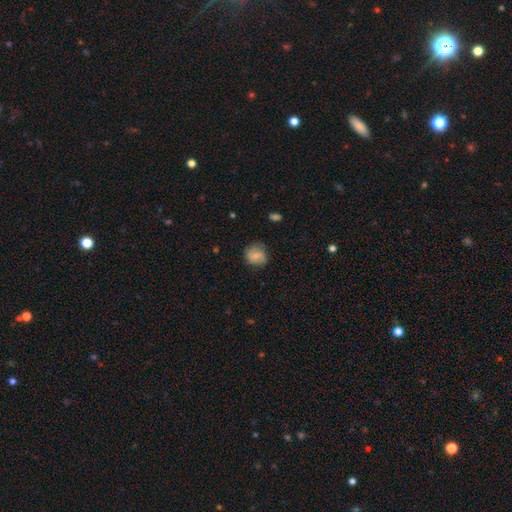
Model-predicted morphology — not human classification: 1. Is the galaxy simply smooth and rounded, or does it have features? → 63% smooth, 29% featured or disk, 8% star or artifact.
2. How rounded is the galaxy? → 73% round, 26% in between, 1% cigar-shaped.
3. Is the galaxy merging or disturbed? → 68% none, 24% minor disturbance, 7% major disturbance, 1% merger.